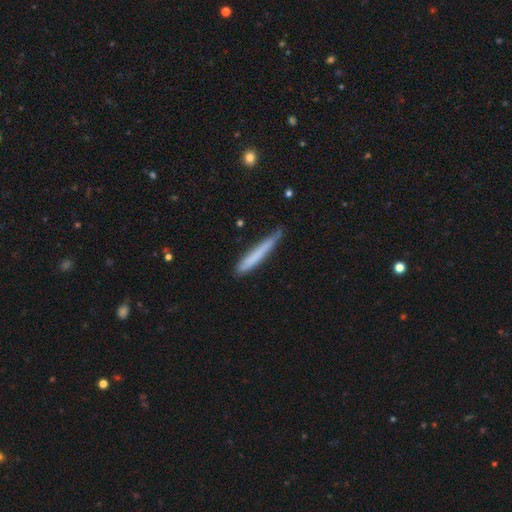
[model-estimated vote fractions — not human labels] smooth_or_featured: smooth (p=0.71) [alt: featured or disk p=0.23]
how_rounded: cigar-shaped (p=0.96) [alt: in between p=0.03]
merging: none (p=0.69) [alt: minor disturbance p=0.25]